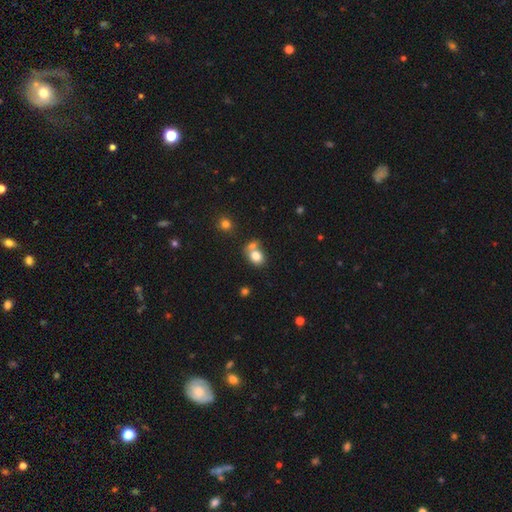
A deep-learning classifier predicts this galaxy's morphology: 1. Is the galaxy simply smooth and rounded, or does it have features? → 79% smooth, 11% star or artifact, 10% featured or disk.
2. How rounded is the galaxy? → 50% round, 49% in between, 1% cigar-shaped.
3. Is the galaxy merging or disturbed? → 44% merger, 41% none, 11% minor disturbance, 5% major disturbance.